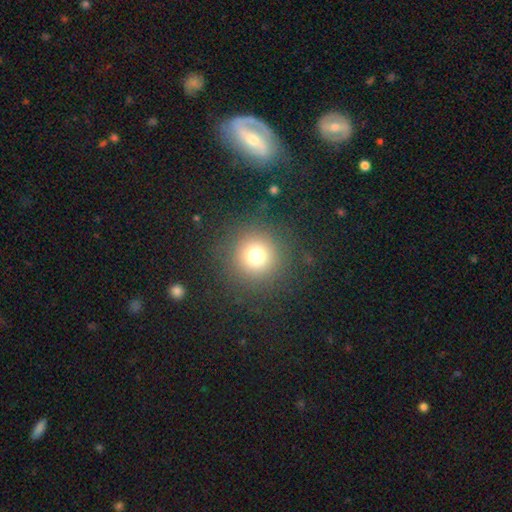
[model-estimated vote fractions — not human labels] Overall: smooth (74%). How rounded: round (95%). Merging: none (87%).